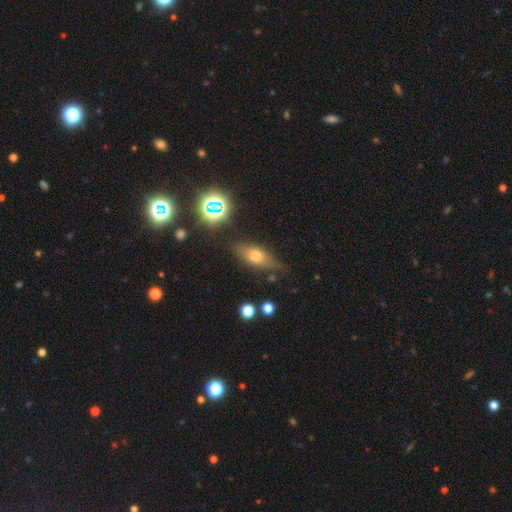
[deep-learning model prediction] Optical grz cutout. It shows a smooth galaxy with no disk features (61%) that is in between round and cigar-shaped (72%). Merging: none (73%).